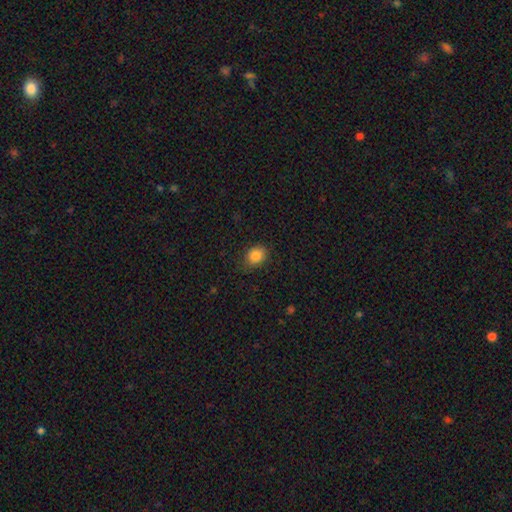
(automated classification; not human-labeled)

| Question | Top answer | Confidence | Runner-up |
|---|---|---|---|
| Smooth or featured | smooth | 85% | star or artifact (10%) |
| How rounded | round | 50% | in between (49%) |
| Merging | none | 81% | minor disturbance (15%) |